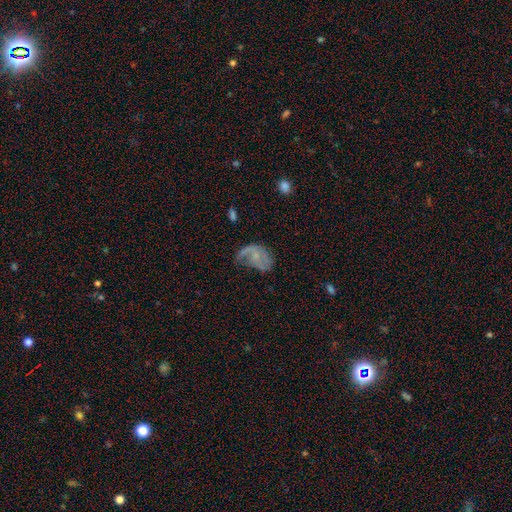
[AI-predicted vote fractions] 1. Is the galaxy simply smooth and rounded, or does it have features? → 63% featured or disk, 28% smooth, 8% star or artifact.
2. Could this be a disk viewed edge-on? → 97% no, 3% yes.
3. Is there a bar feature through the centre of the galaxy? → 69% no, 26% weak, 5% strong.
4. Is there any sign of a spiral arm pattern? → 78% yes, 22% no.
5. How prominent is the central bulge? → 63% small, 21% none, 14% moderate, 1% large, 1% dominant.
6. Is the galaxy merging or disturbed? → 38% major disturbance, 32% none, 27% minor disturbance, 3% merger.